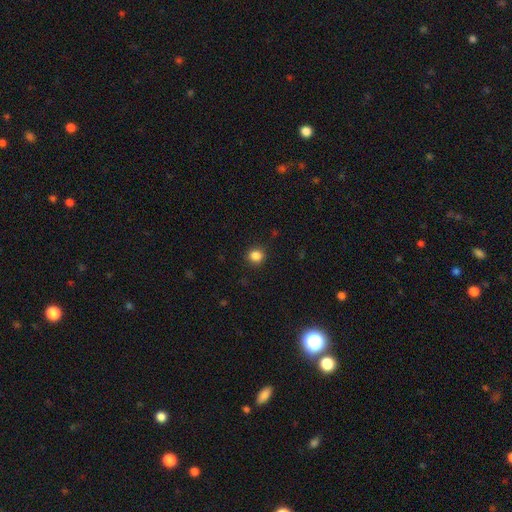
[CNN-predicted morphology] A smooth galaxy with no disk features (85%) that is round (84%). Merging: none (90%).